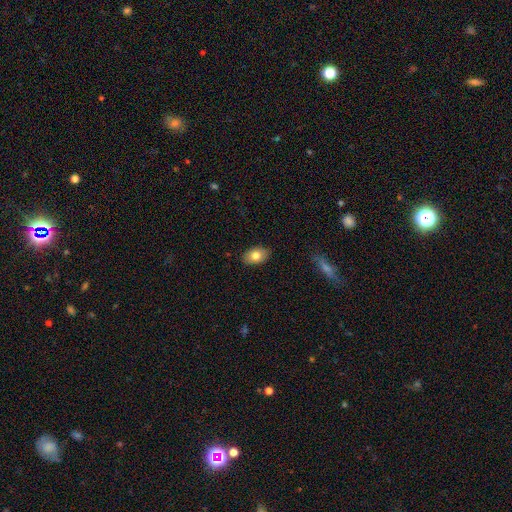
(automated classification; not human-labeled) Morphology: type=smooth (80%); roundness=in between (87%); merging=none (88%).